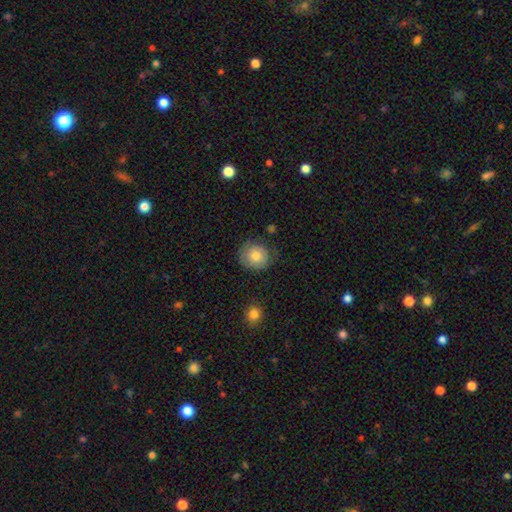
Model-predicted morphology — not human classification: Q: Smooth or featured?
A: smooth (71%); runner-up: featured or disk (21%)
Q: How rounded?
A: round (86%); runner-up: in between (14%)
Q: Merging?
A: none (71%); runner-up: minor disturbance (21%)